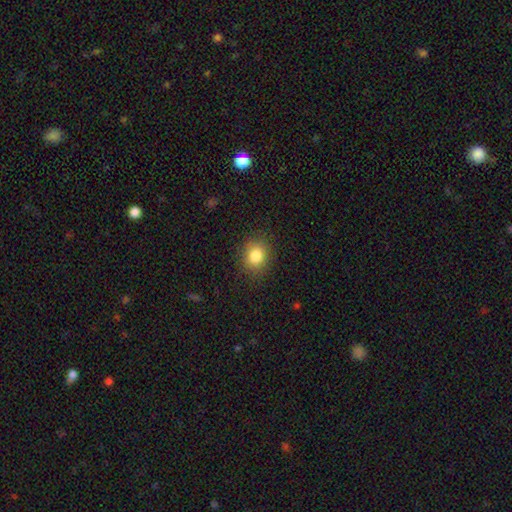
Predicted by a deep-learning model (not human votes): smooth_or_featured: smooth (p=0.83) [alt: star or artifact p=0.11]
how_rounded: round (p=0.67) [alt: in between p=0.32]
merging: none (p=0.87) [alt: minor disturbance p=0.09]